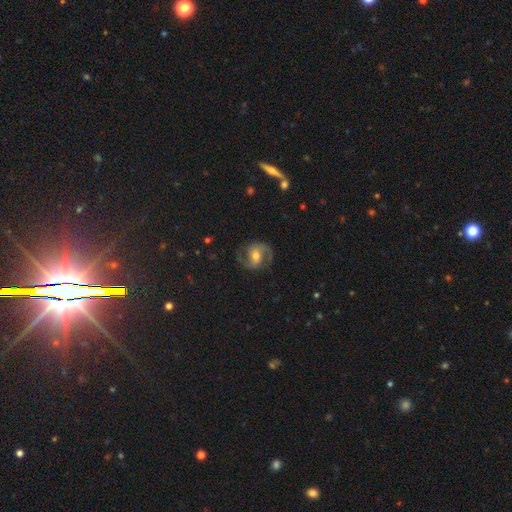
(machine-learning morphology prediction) This appears to be a featured or disk galaxy (85%) with a weak bar (43%), 2 (93%) medium (59%) spiral arms (96%) and a moderate central bulge (62%). Merging: none (82%).